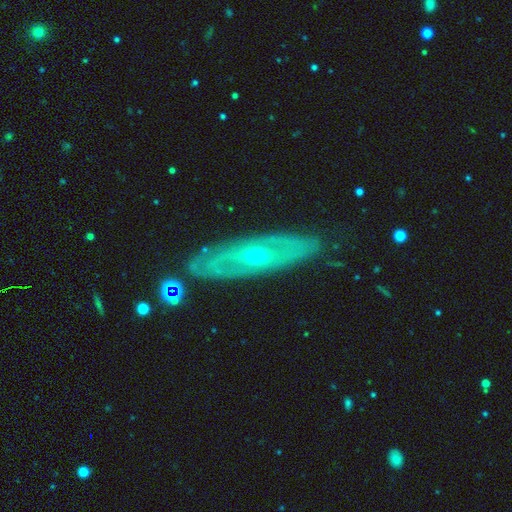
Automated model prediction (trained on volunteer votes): smooth-or-featured: featured or disk: 78% | smooth: 16% | star or artifact: 6%
  disk-edge-on: no: 79% | yes: 21%
    bar: no: 58% | weak: 28% | strong: 14%
    has-spiral-arms: yes: 61% | no: 39%
    bulge-size: small: 53% | moderate: 42% | large: 2% | none: 1% | dominant: 1%
  merging: none: 82% | minor disturbance: 12% | major disturbance: 4% | merger: 2%